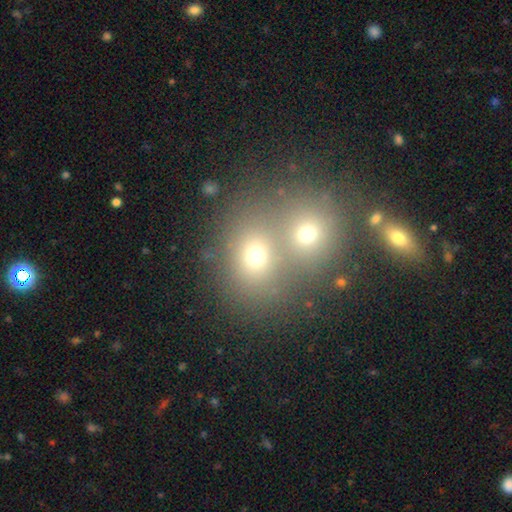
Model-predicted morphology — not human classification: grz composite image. It shows a smooth galaxy with no disk features (64%) that is round (69%). Merging: merger (57%).